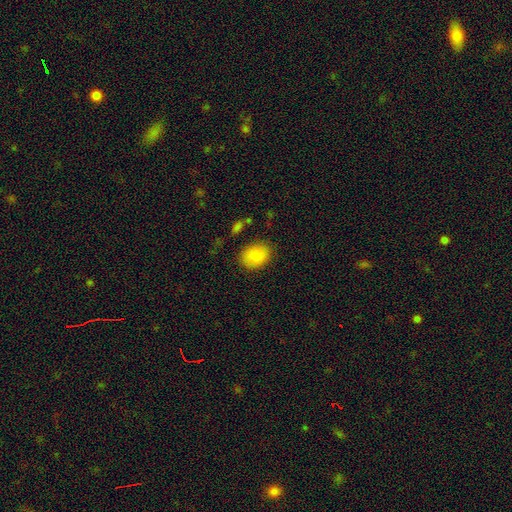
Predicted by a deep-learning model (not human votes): Smooth or featured? smooth (87%)
How rounded? in between (69%)
Merging? none (82%)